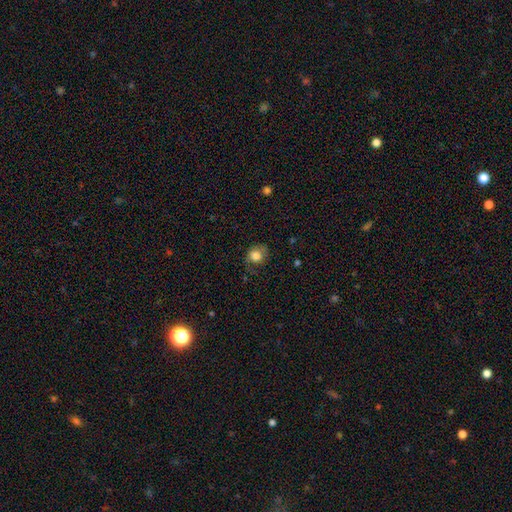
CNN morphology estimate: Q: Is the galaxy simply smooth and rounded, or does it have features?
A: smooth — 80%.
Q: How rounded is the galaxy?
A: round — 65%.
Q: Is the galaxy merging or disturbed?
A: none — 58%.